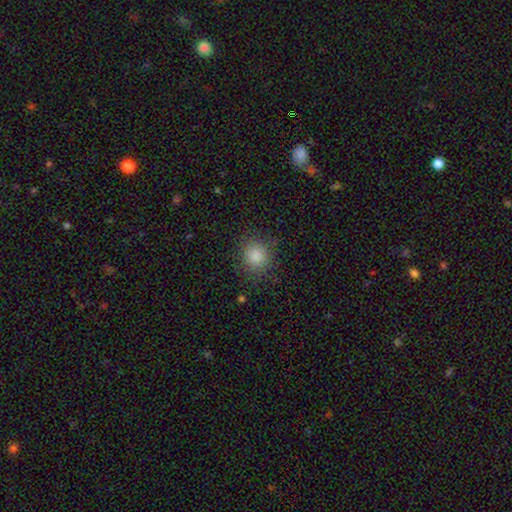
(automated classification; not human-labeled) Smooth or featured? smooth (84%)
How rounded? round (85%)
Merging? none (86%)